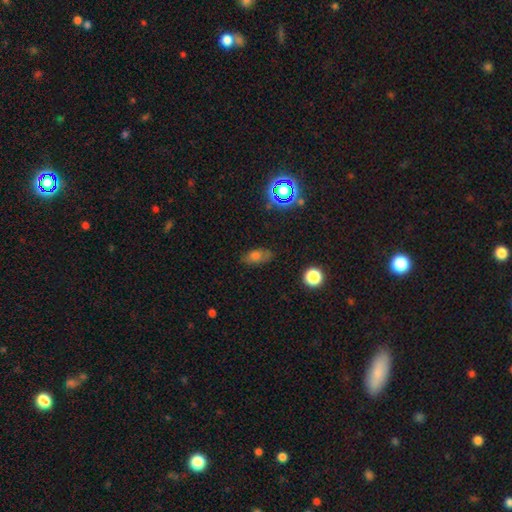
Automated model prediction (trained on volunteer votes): smooth 63%, star or artifact 21%, featured or disk 16%. Down the decision tree: how rounded — in between (82%); merging — none (73%).